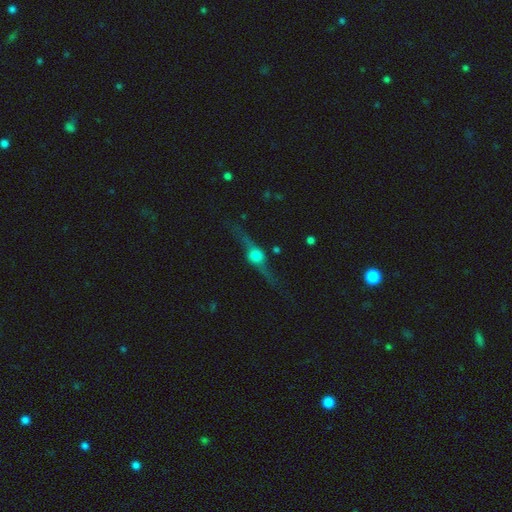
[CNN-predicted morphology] featured or disk 82%, smooth 11%, star or artifact 7%. Down the decision tree: edge-on disk — yes (93%); edge-on bulge — rounded (94%); merging — none (82%).